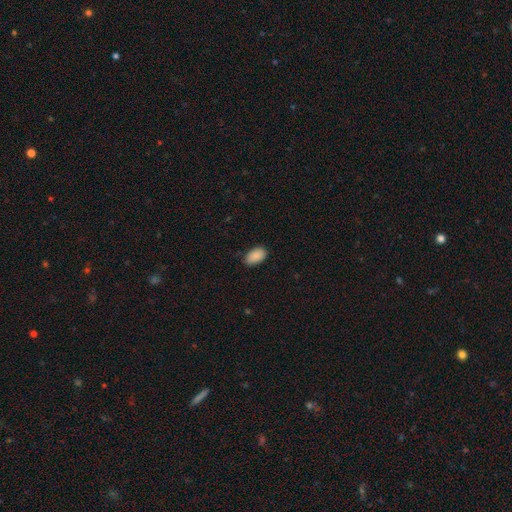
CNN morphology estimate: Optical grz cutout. It shows a smooth galaxy with no disk features (90%) that is in between round and cigar-shaped (93%). Merging: none (82%).